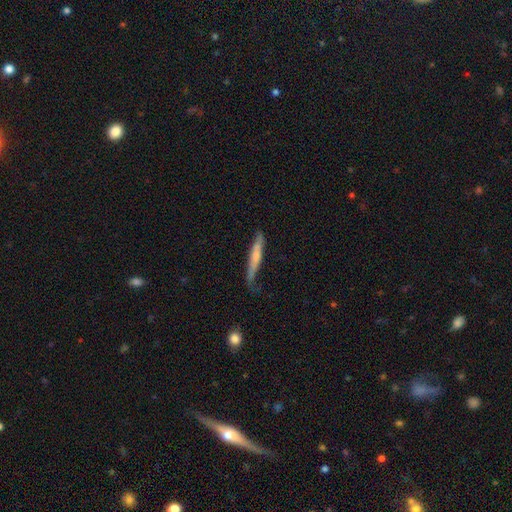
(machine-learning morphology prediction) smooth-or-featured: smooth: 56% | featured or disk: 39% | star or artifact: 5%
  how-rounded: cigar-shaped: 93% | in between: 5% | round: 2%
  merging: none: 58% | minor disturbance: 29% | major disturbance: 10% | merger: 3%